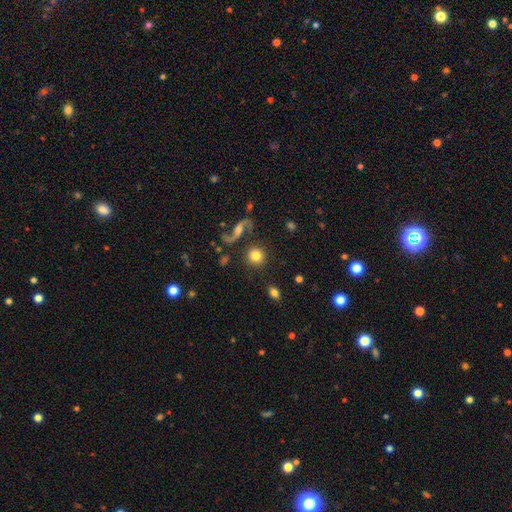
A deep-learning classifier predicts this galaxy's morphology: smooth_or_featured: smooth (p=0.73) [alt: featured or disk p=0.18]
how_rounded: round (p=0.92) [alt: in between p=0.06]
merging: none (p=0.82) [alt: minor disturbance p=0.08]